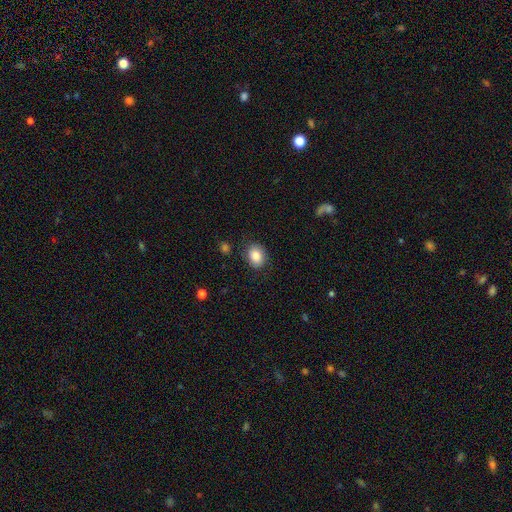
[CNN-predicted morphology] A smooth galaxy with no disk features (84%) that is in between round and cigar-shaped (59%). Merging: none (80%).